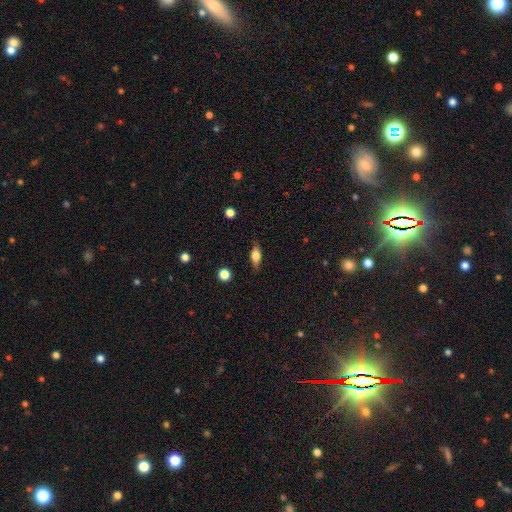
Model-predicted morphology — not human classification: The model was most divided on "smooth or featured": smooth: 55%, featured or disk: 36%, star or artifact: 8%. More confident: merging — none (83%); how rounded — in between (64%).